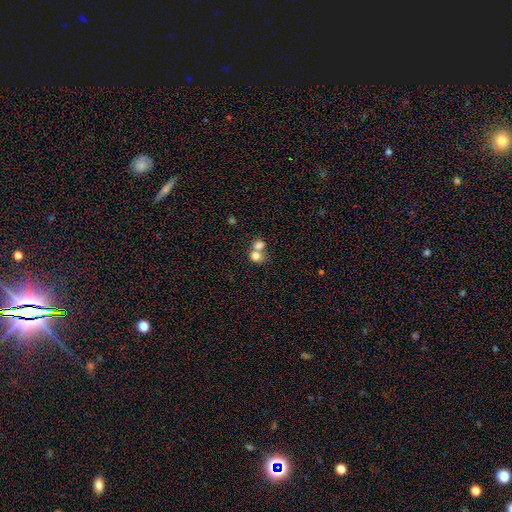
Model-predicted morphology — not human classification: This is likely a smooth galaxy (76%). How rounded: possibly round (55%). Merging: likely merger (64%).